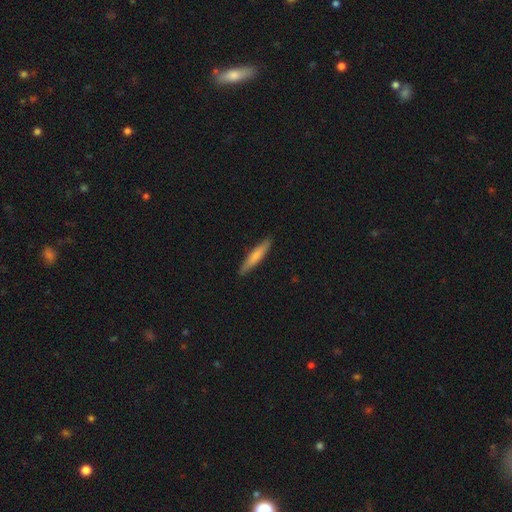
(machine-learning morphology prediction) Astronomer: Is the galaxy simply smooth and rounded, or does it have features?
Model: smooth — 72%.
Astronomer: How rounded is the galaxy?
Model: cigar-shaped — 89%.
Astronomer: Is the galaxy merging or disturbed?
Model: none — 89%.